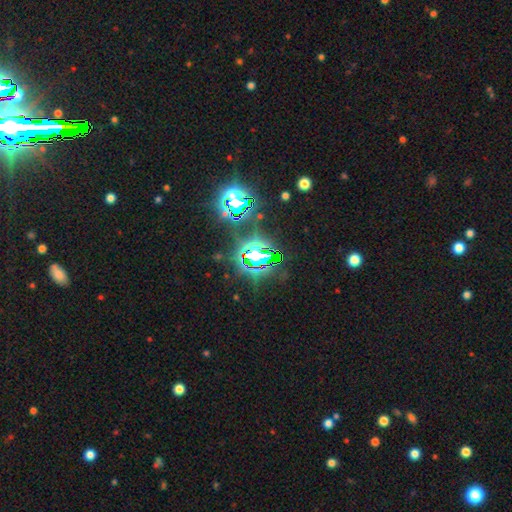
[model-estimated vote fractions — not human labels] smooth_or_featured: star or artifact (p=0.80) [alt: smooth p=0.11]